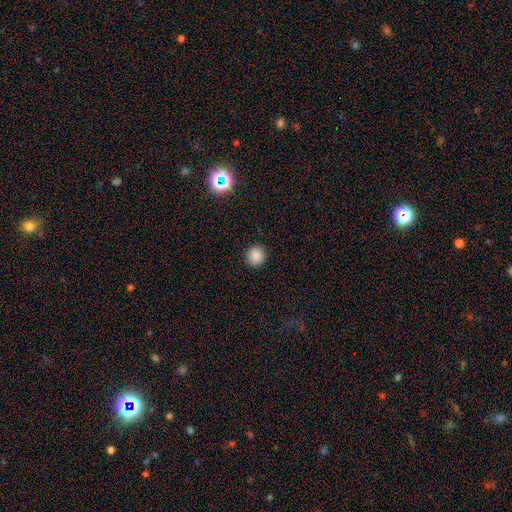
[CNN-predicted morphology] Q: Smooth or featured?
A: smooth (87%); runner-up: star or artifact (11%)
Q: How rounded?
A: round (94%); runner-up: in between (5%)
Q: Merging?
A: none (93%); runner-up: minor disturbance (5%)